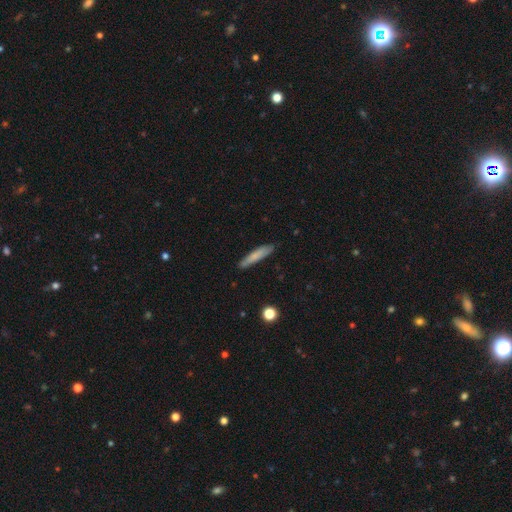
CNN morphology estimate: smooth_or_featured: smooth (p=0.75) [alt: featured or disk p=0.19]
how_rounded: cigar-shaped (p=0.89) [alt: in between p=0.10]
merging: none (p=0.83) [alt: minor disturbance p=0.13]